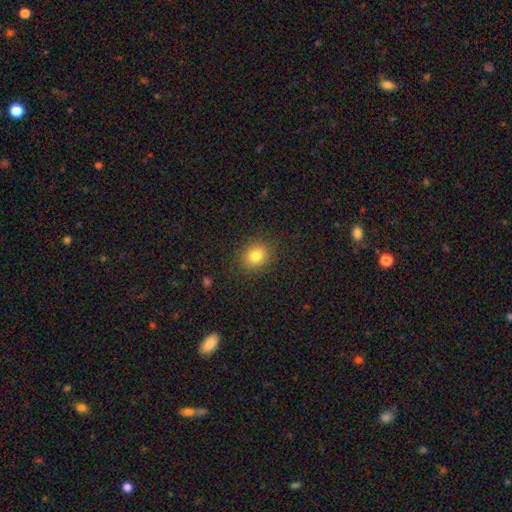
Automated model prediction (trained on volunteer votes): A smooth galaxy with no disk features (81%) that is round (76%).

Vote fractions:
- Smooth or featured? smooth: 81% / star or artifact: 12% / featured or disk: 7%
- How rounded? round: 76% / in between: 23% / cigar-shaped: 1%
- Merging? none: 88% / minor disturbance: 8% / major disturbance: 3% / merger: 1%